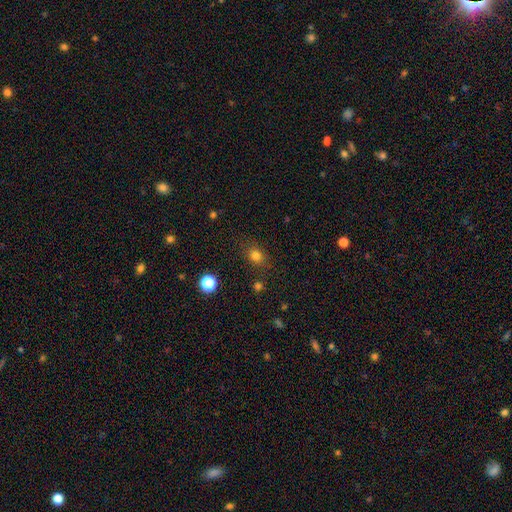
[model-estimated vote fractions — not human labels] smooth-or-featured: smooth: 78% | star or artifact: 15% | featured or disk: 6%
  how-rounded: round: 59% | in between: 40% | cigar-shaped: 1%
  merging: none: 83% | minor disturbance: 11% | major disturbance: 4% | merger: 2%